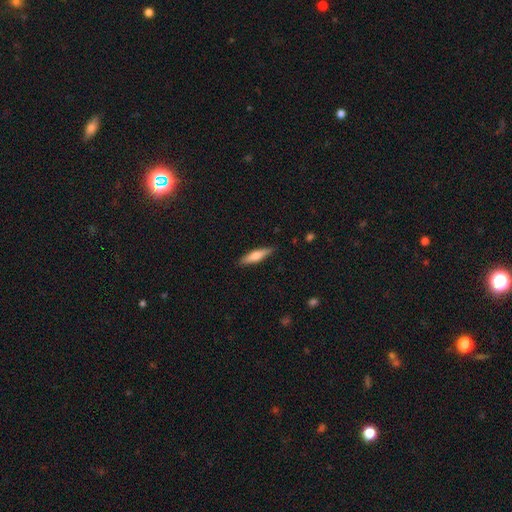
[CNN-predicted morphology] A smooth galaxy with no disk features (62%) that is cigar-shaped (77%).

Vote fractions:
- Smooth or featured? smooth: 62% / featured or disk: 33% / star or artifact: 6%
- How rounded? cigar-shaped: 77% / in between: 21% / round: 2%
- Merging? none: 89% / minor disturbance: 8% / major disturbance: 2% / merger: 1%